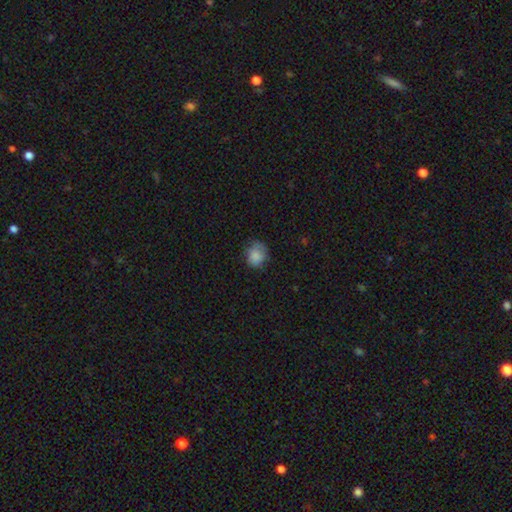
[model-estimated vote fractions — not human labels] smooth-or-featured: smooth: 82% | star or artifact: 10% | featured or disk: 9%
  how-rounded: round: 65% | in between: 34% | cigar-shaped: 1%
  merging: none: 61% | minor disturbance: 28% | major disturbance: 10% | merger: 1%